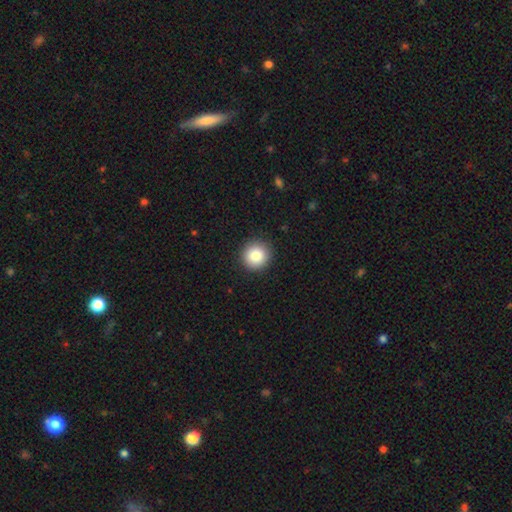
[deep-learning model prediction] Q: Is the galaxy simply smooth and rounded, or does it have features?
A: smooth — 85%.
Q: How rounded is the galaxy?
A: round — 94%.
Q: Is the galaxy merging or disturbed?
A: none — 92%.